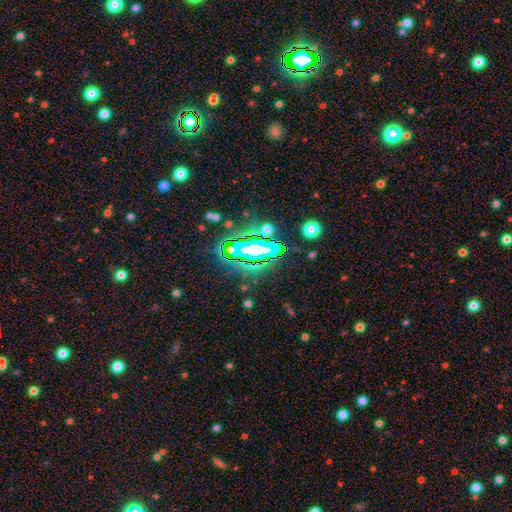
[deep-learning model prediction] This appears to be a star or artifact, not a galaxy (65%).